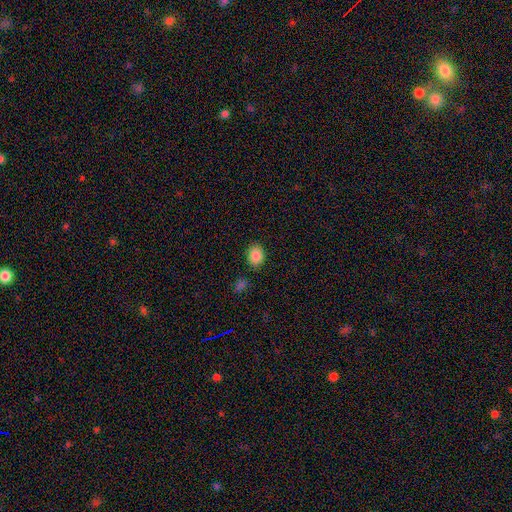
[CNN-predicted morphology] This is clearly a smooth galaxy (86%). How rounded: possibly in between (55%). Merging: clearly none (85%).